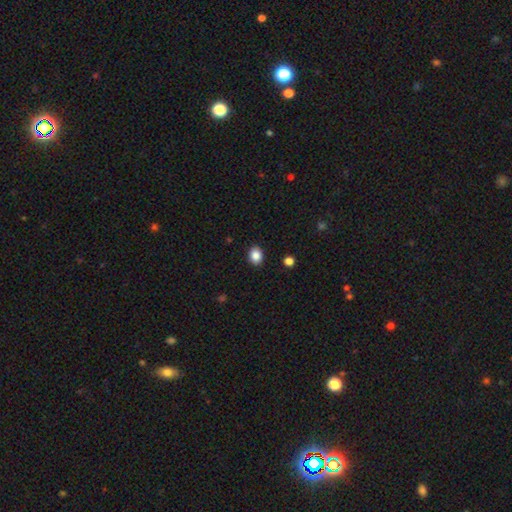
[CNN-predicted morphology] smooth 87%, star or artifact 10%, featured or disk 4%. Down the decision tree: how rounded — round (52%); merging — none (90%).